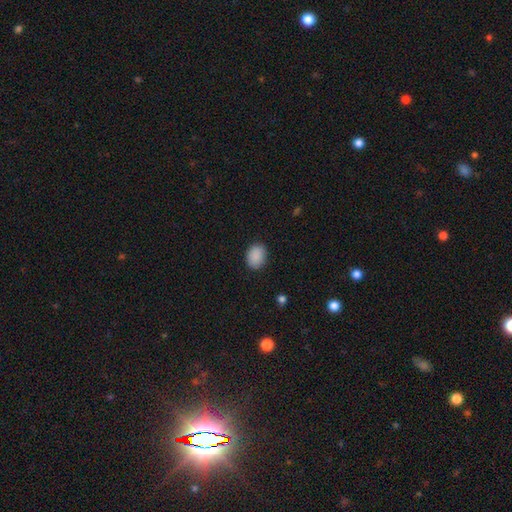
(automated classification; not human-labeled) smooth-or-featured: smooth: 89% | star or artifact: 8% | featured or disk: 3%
  how-rounded: in between: 62% | round: 37% | cigar-shaped: 1%
  merging: none: 87% | minor disturbance: 10% | major disturbance: 2% | merger: 1%